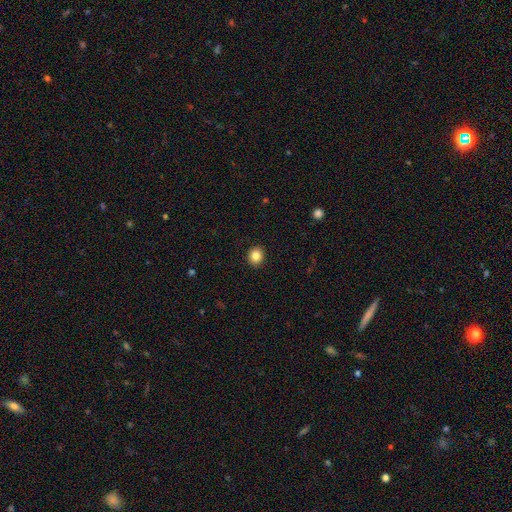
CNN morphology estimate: smooth-or-featured: smooth: 84% | star or artifact: 10% | featured or disk: 6%
  how-rounded: round: 79% | in between: 20% | cigar-shaped: 1%
  merging: none: 92% | minor disturbance: 6% | major disturbance: 2% | merger: 1%